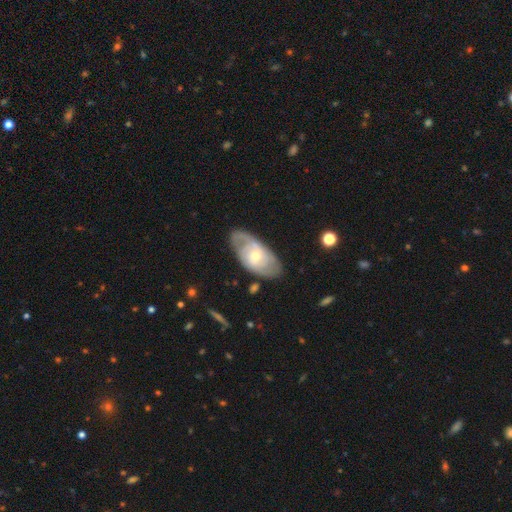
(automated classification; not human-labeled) A featured or disk galaxy (72%) with no bar (64%), 2 (46%) tight (51%) spiral arms (84%) and a small central bulge (50%).

Vote fractions:
- Smooth or featured? featured or disk: 72% / smooth: 23% / star or artifact: 5%
- Edge-on disk? no: 92% / yes: 8%
- Bar? no: 64% / weak: 30% / strong: 6%
- Spiral arms? yes: 84% / no: 16%
- Spiral winding? tight: 51% / medium: 35% / loose: 14%
- Spiral arm count? 2: 46% / can't tell: 34% / 1: 8% / 3: 7% / 4: 2% / more than 4: 2%
- Bulge size? small: 50% / moderate: 46% / large: 2% / none: 1% / dominant: 1%
- Merging? none: 69% / minor disturbance: 21% / major disturbance: 7% / merger: 2%